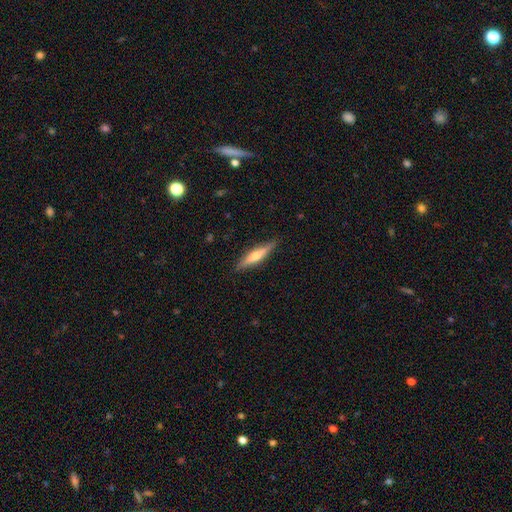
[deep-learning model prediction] A featured or disk galaxy (54%) viewed edge-on (94%) with a rounded central bulge (84%).

Vote fractions:
- Smooth or featured? featured or disk: 54% / smooth: 40% / star or artifact: 6%
- Edge-on disk? yes: 94% / no: 6%
- Edge-on bulge? rounded: 84% / none: 10% / boxy: 6%
- Merging? none: 87% / minor disturbance: 10% / major disturbance: 2% / merger: 1%